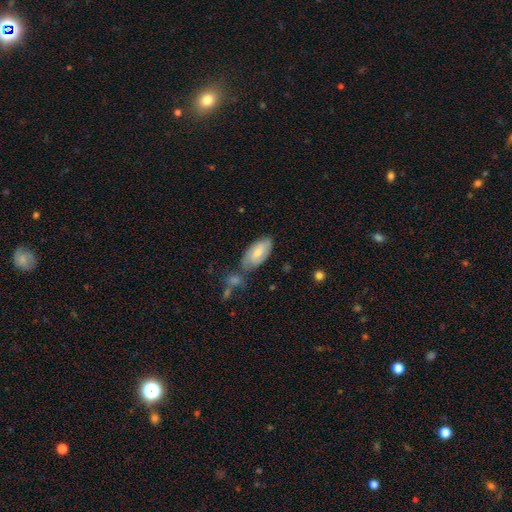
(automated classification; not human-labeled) smooth-or-featured: smooth: 46% | featured or disk: 40% | star or artifact: 14%
  merging: none: 60% | merger: 18% | minor disturbance: 16% | major disturbance: 6%